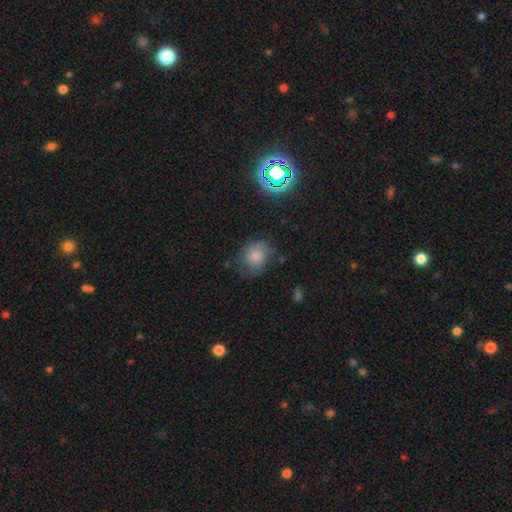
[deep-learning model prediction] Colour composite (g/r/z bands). It shows a smooth galaxy with no disk features (77%) that is in between round and cigar-shaped (50%). Merging: none (56%).